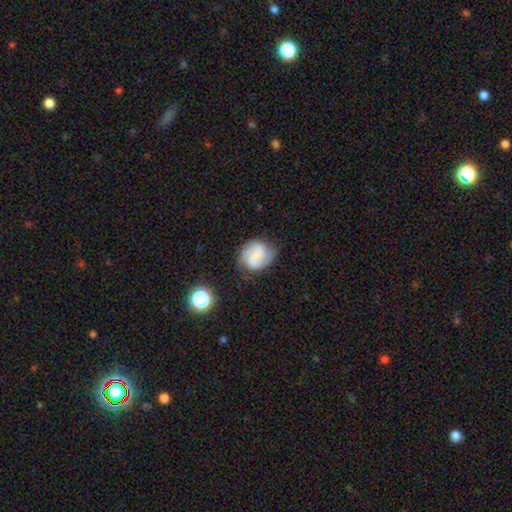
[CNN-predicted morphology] This is possibly a featured or disk galaxy (48%). Merging: likely none (66%).